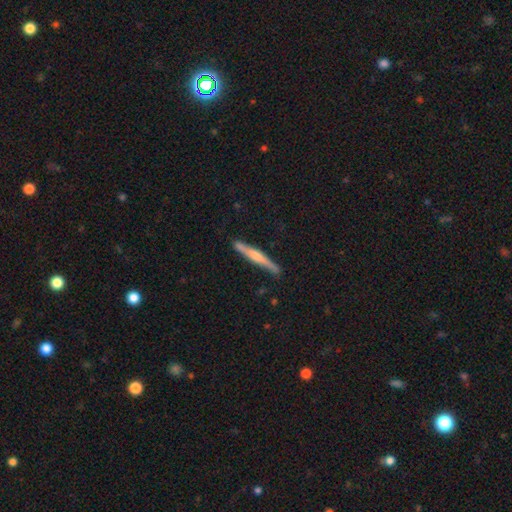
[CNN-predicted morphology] Smooth or featured?
  - featured or disk: 58% *
  - smooth: 36%
  - star or artifact: 5%
Edge-on disk?
  - yes: 97% *
  - no: 3%
Edge-on bulge?
  - rounded: 61% *
  - none: 22%
  - boxy: 17%
Merging?
  - none: 85% *
  - minor disturbance: 11%
  - merger: 2%
  - major disturbance: 2%